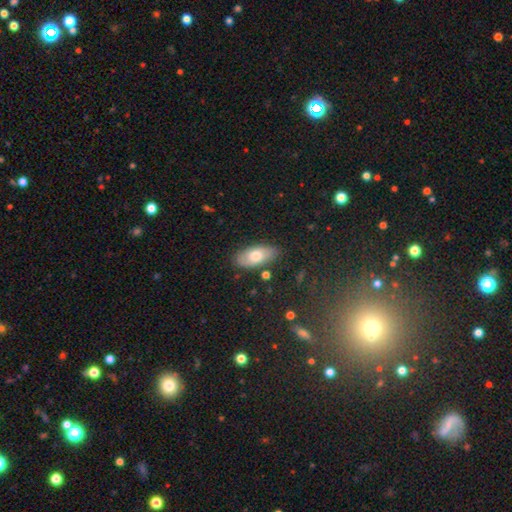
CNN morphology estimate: This appears to be a smooth galaxy with no disk features (71%) that is in between round and cigar-shaped (90%). Merging: none (83%).